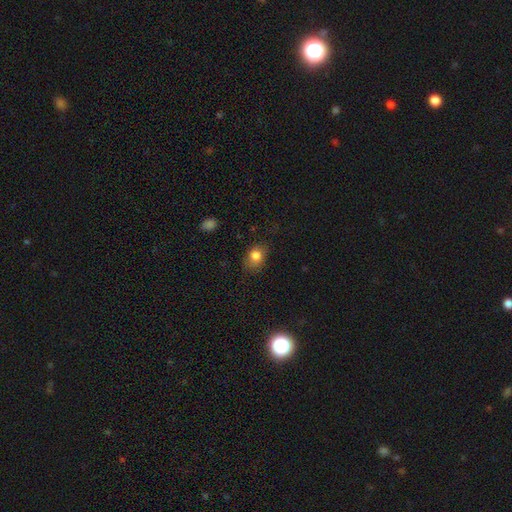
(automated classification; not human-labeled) A smooth galaxy with no disk features (82%) that is in between round and cigar-shaped (62%).

Vote fractions:
- Smooth or featured? smooth: 82% / star or artifact: 10% / featured or disk: 8%
- How rounded? in between: 62% / round: 37% / cigar-shaped: 1%
- Merging? none: 71% / minor disturbance: 22% / major disturbance: 6% / merger: 1%